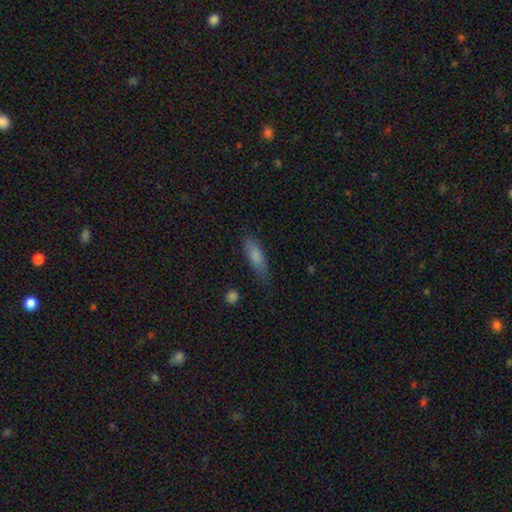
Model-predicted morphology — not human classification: Smooth or featured? Predicted: smooth (p=0.80). How rounded? Predicted: cigar-shaped (p=0.53). Merging? Predicted: none (p=0.77).